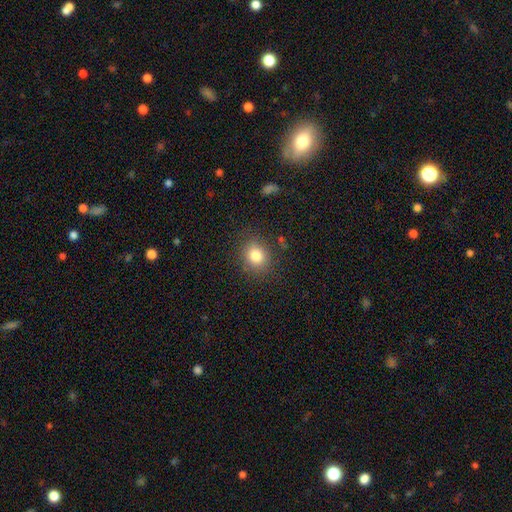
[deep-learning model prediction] The model was most divided on "how rounded": round: 71%, in between: 28%, cigar-shaped: 1%. More confident: merging — none (84%); smooth or featured — smooth (81%).